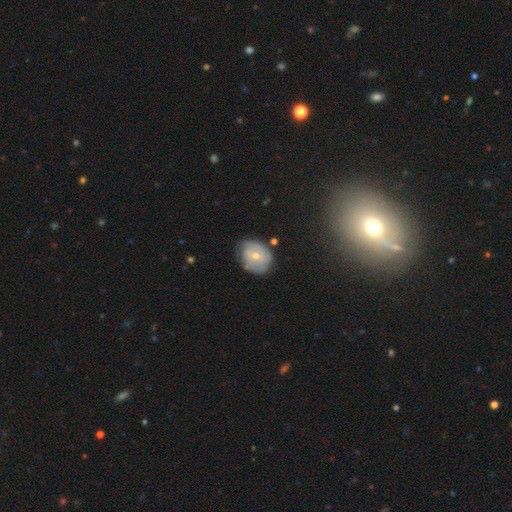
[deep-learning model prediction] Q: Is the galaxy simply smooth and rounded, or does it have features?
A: featured or disk — 55%.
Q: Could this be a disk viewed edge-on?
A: no — 96%.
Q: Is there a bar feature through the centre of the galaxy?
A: no — 56%.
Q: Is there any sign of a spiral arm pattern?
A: yes — 68%.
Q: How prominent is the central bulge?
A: small — 52%.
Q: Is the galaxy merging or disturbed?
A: none — 62%.